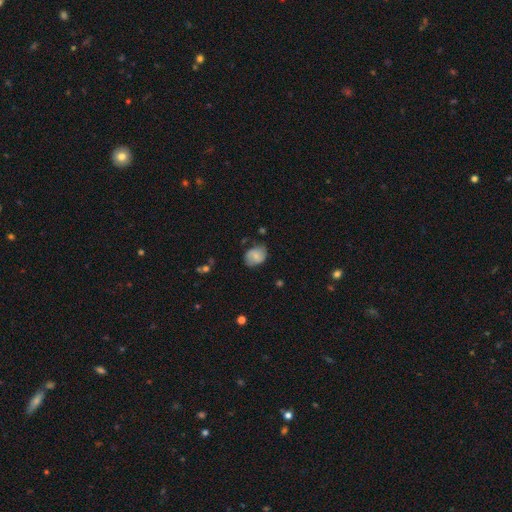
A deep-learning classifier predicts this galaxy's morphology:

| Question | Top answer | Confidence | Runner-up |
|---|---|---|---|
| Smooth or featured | smooth | 67% | featured or disk (25%) |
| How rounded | in between | 54% | round (45%) |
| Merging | none | 65% | minor disturbance (26%) |